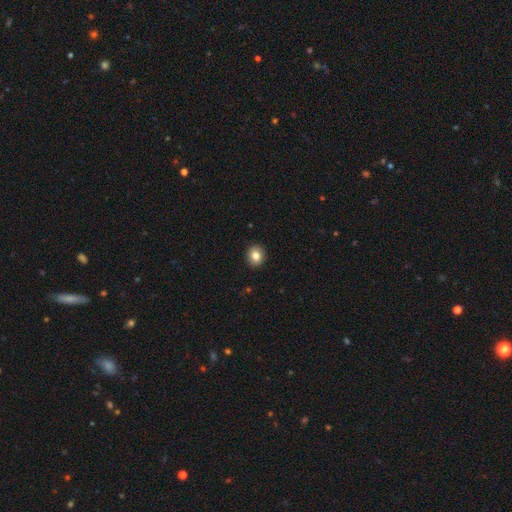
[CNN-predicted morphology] smooth 83%, star or artifact 9%, featured or disk 8%. Down the decision tree: how rounded — round (75%); merging — none (92%).